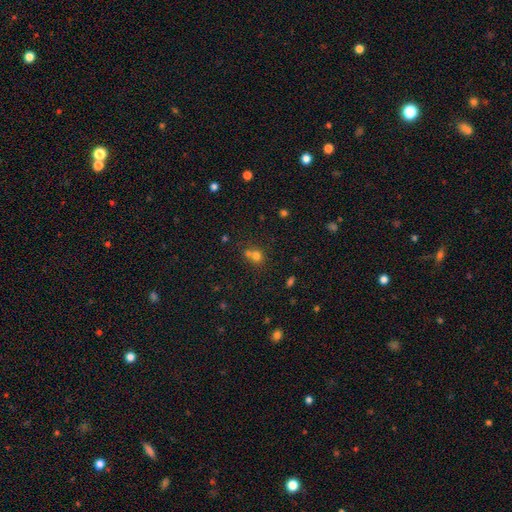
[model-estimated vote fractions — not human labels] smooth_or_featured: smooth (p=0.72) [alt: star or artifact p=0.17]
how_rounded: round (p=0.77) [alt: in between p=0.22]
merging: merger (p=0.49) [alt: none p=0.40]